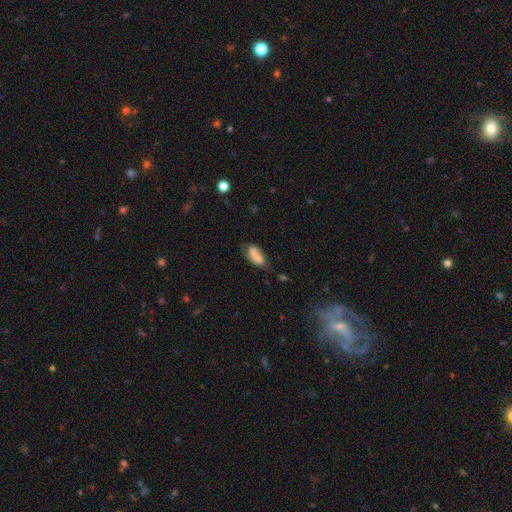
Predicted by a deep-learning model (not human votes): Overall: smooth (74%). How rounded: in between (81%). Merging: none (53%; minor disturbance 29%).